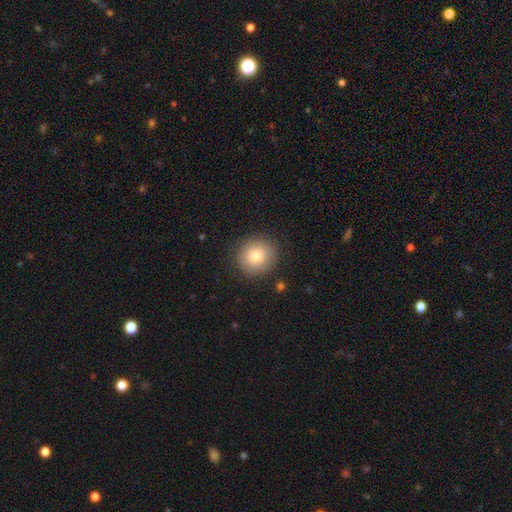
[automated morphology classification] smooth 82%, star or artifact 9%, featured or disk 9%. Down the decision tree: how rounded — round (89%); merging — none (89%).